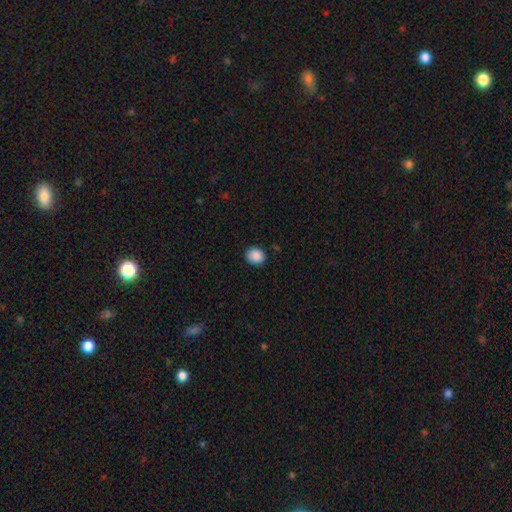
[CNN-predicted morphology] Overall: smooth (89%). How rounded: round (61%; in between 38%). Merging: none (89%).